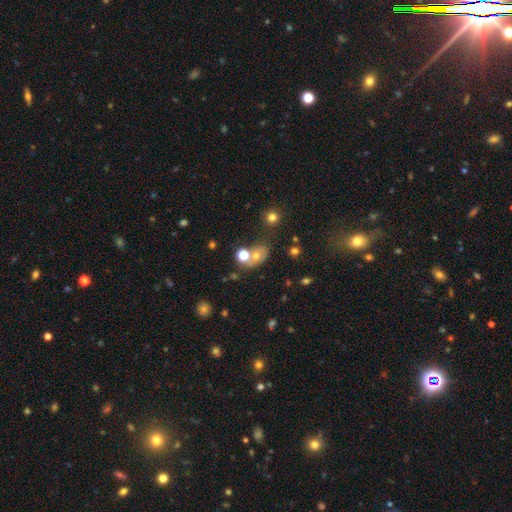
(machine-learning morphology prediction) Smooth or featured? smooth (60%)
How rounded? in between (67%)
Merging? none (44%)